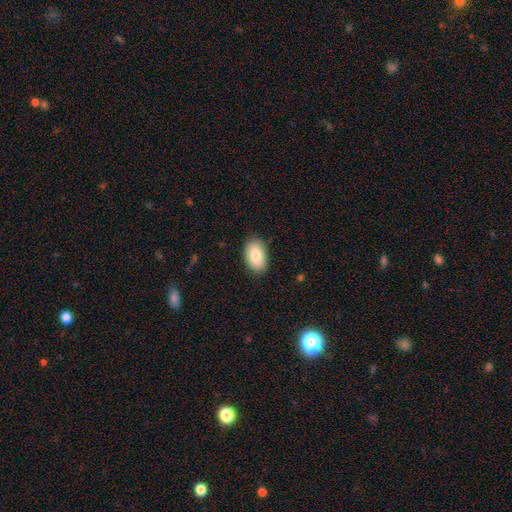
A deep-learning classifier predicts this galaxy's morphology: smooth_or_featured: smooth (p=0.85) [alt: featured or disk p=0.09]
how_rounded: in between (p=0.93) [alt: round p=0.06]
merging: none (p=0.87) [alt: minor disturbance p=0.10]